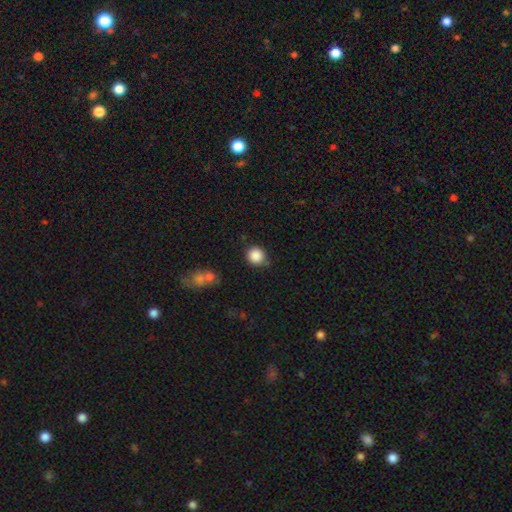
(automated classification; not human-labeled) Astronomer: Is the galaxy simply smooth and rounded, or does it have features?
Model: smooth — 87%.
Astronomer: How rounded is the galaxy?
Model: round — 89%.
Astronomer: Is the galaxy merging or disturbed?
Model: none — 73%.